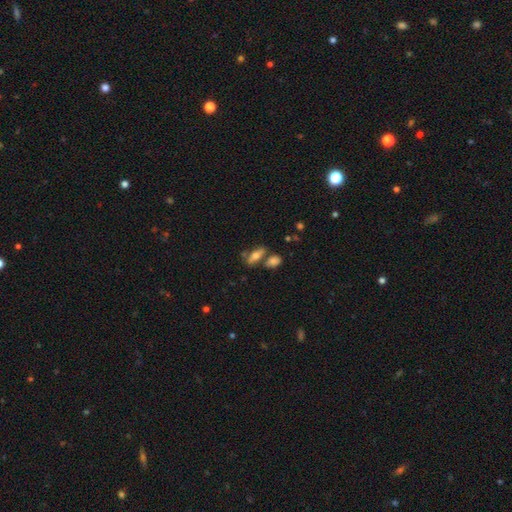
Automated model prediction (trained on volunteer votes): Smooth or featured? Predicted: smooth (p=0.59). How rounded? Predicted: in between (p=0.69). Merging? Predicted: none (p=0.60).